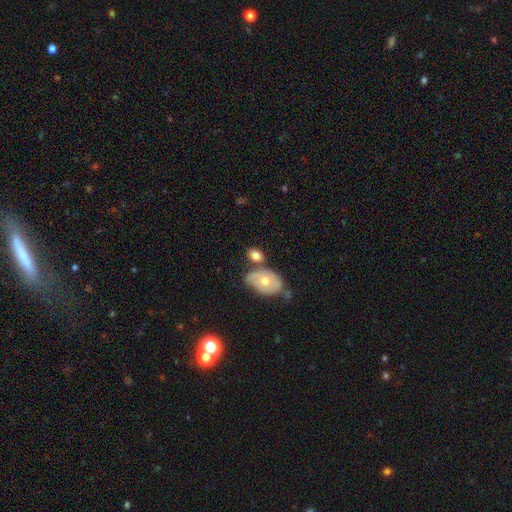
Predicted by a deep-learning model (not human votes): Overall: smooth (74%). How rounded: in between (78%). Merging: none (48%; merger 28%).